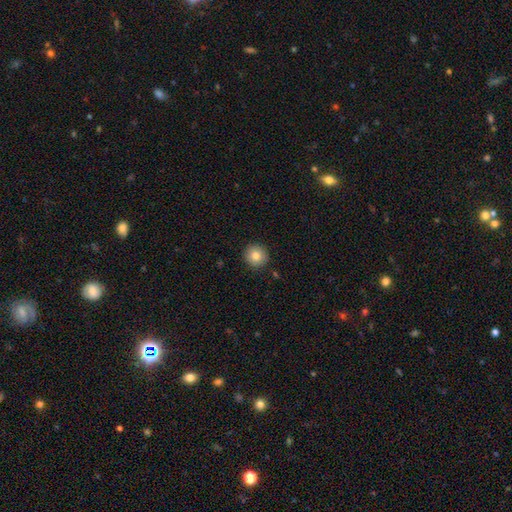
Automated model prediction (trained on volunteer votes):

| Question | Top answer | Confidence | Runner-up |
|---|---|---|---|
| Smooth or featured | smooth | 83% | star or artifact (9%) |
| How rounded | round | 93% | in between (6%) |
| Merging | none | 91% | minor disturbance (6%) |